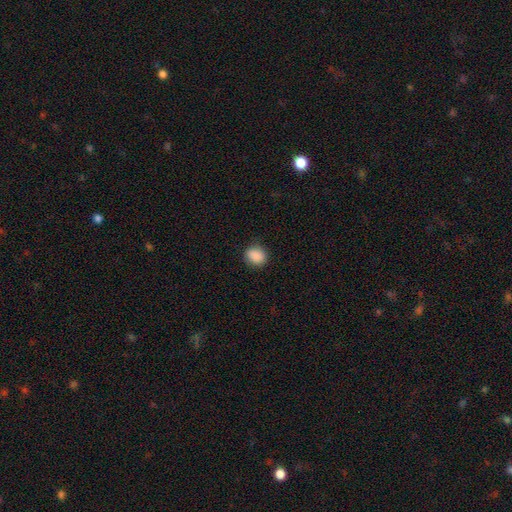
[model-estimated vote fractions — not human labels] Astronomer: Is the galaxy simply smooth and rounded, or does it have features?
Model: smooth — 88%.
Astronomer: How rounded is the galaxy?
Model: round — 57% (runner-up: in between, 42%).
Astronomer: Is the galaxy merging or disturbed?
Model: none — 84%.